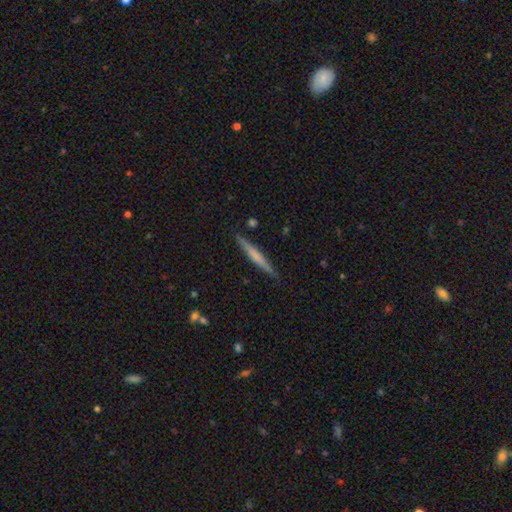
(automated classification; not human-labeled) Overall: smooth (50%; featured or disk 44%). How rounded: cigar-shaped (96%). Merging: none (89%).